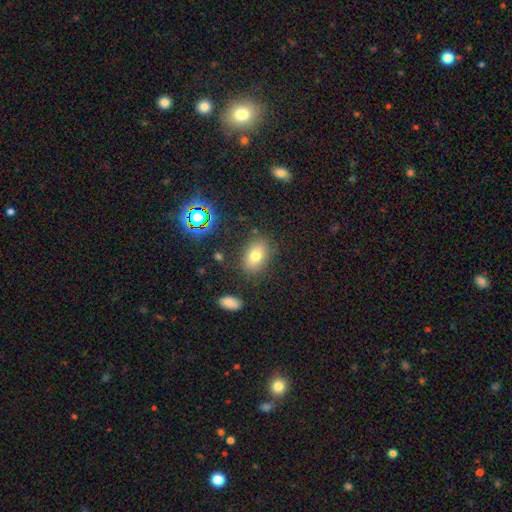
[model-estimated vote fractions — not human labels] smooth 73%, featured or disk 13%, star or artifact 13%. Down the decision tree: how rounded — in between (81%); merging — none (81%).